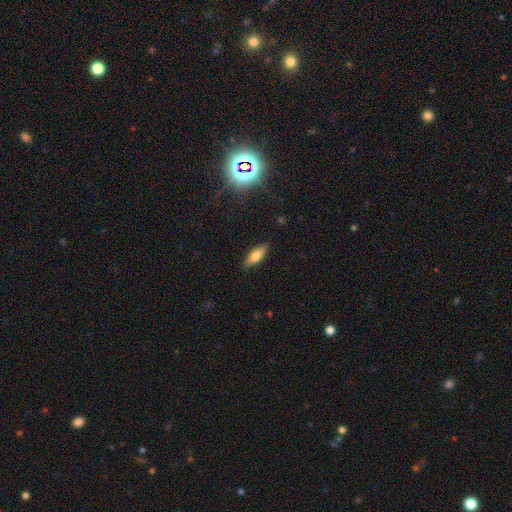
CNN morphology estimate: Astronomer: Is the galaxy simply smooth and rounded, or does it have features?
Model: smooth — 66%.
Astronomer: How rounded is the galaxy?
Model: in between — 56% (runner-up: cigar-shaped, 41%).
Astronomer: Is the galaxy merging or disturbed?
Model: none — 88%.